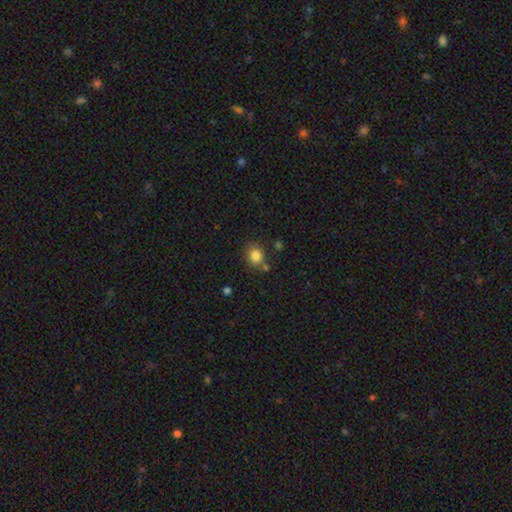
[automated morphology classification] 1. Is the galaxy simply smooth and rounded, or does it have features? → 84% smooth, 10% star or artifact, 6% featured or disk.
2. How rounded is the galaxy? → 68% round, 31% in between, 1% cigar-shaped.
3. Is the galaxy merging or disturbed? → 75% none, 13% minor disturbance, 8% merger, 4% major disturbance.